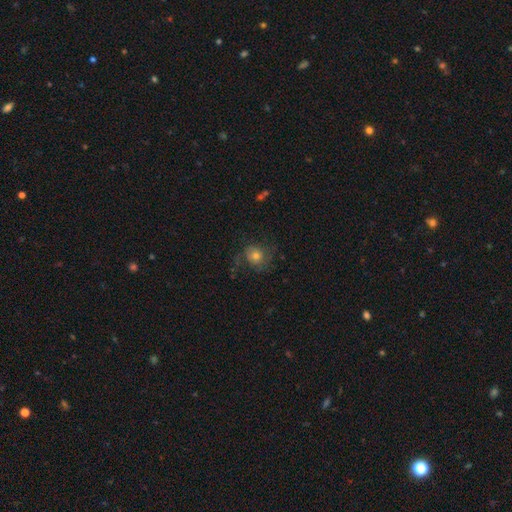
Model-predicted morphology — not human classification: A featured or disk galaxy (48%). Merging: none (58%).